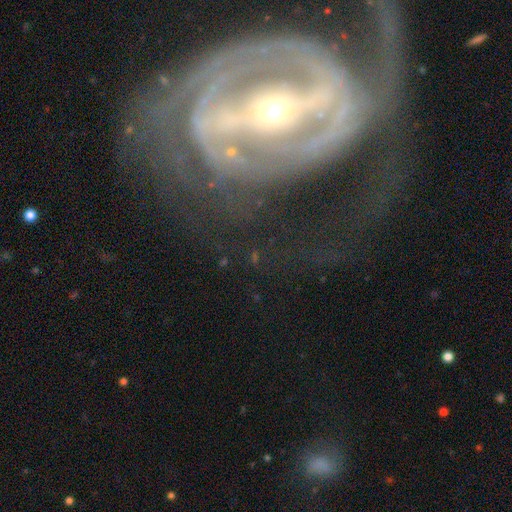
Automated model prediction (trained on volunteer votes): The model was most divided on "spiral winding": tight: 51%, medium: 34%, loose: 15%. More confident: edge-on disk — no (94%); spiral arms — yes (85%); smooth or featured — featured or disk (83%); bulge size — small (74%); merging — none (58%); bar — strong (56%); spiral arm count — 2 (51%).